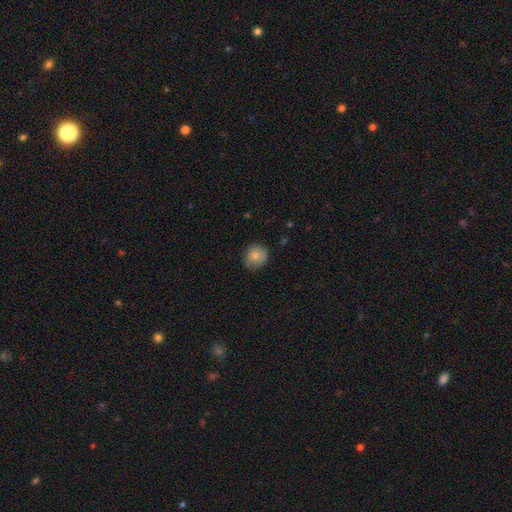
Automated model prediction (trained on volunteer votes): The model was most divided on "merging": none: 76%, minor disturbance: 19%, major disturbance: 4%, merger: 1%. More confident: smooth or featured — smooth (82%); how rounded — round (80%).